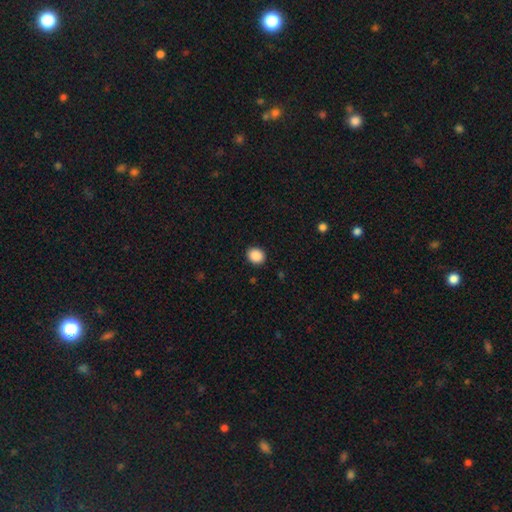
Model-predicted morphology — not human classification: A smooth galaxy with no disk features (89%) that is round (66%).

Vote fractions:
- Smooth or featured? smooth: 89% / star or artifact: 8% / featured or disk: 2%
- How rounded? round: 66% / in between: 34% / cigar-shaped: 1%
- Merging? none: 91% / minor disturbance: 6% / major disturbance: 2% / merger: 1%